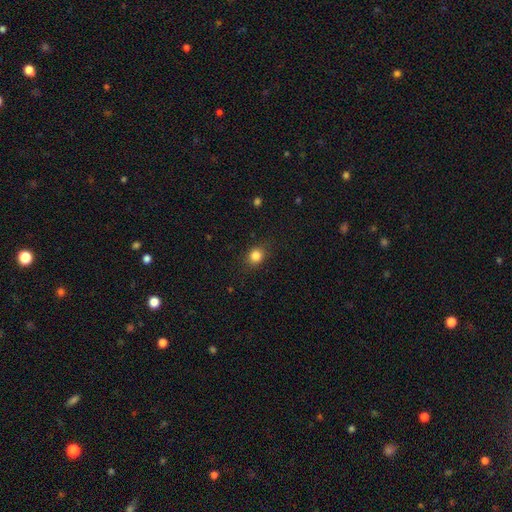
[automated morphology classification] Smooth or featured? smooth (84%)
How rounded? round (68%)
Merging? none (84%)